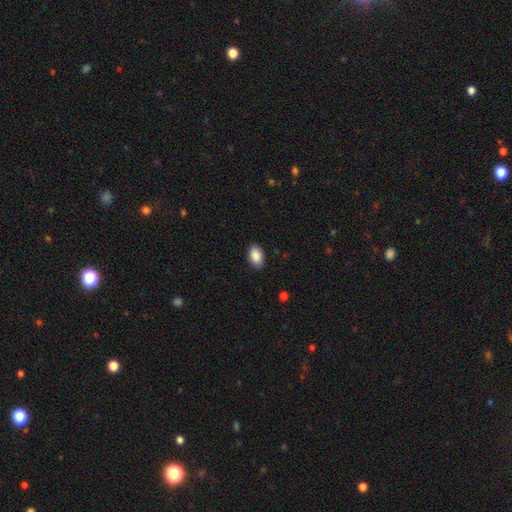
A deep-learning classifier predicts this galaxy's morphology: Smooth or featured: smooth — 89% (star or artifact — 7%)
How rounded: in between — 92% (round — 7%)
Merging: none — 87% (minor disturbance — 10%)